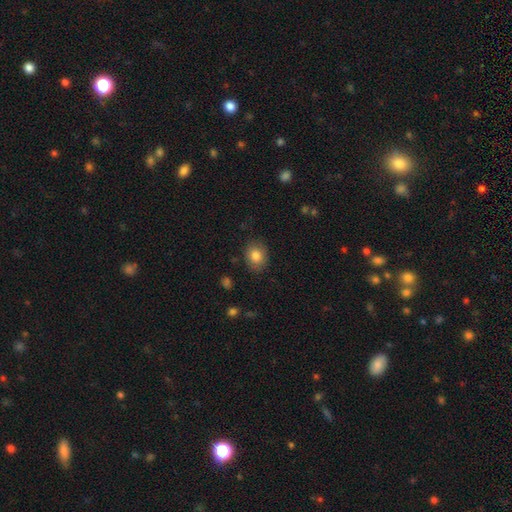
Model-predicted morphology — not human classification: Overall: smooth (82%). How rounded: in between (50%; round 49%). Merging: none (84%).